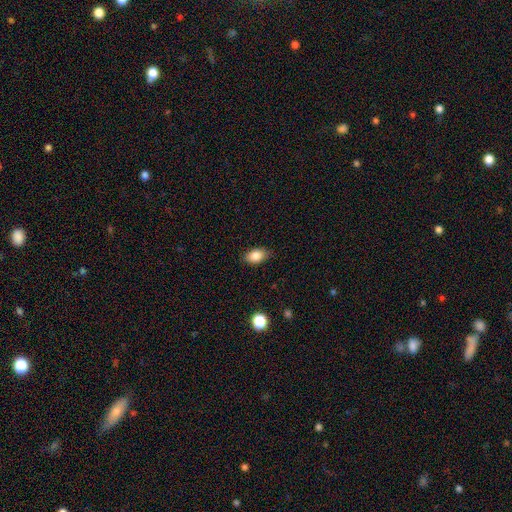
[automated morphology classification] smooth-or-featured: smooth: 85% | star or artifact: 9% | featured or disk: 7%
  how-rounded: in between: 87% | round: 11% | cigar-shaped: 2%
  merging: none: 84% | minor disturbance: 12% | major disturbance: 2% | merger: 1%